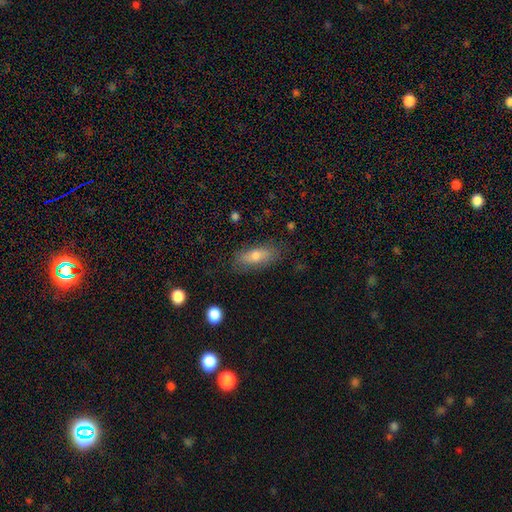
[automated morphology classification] This is likely a smooth galaxy (67%). How rounded: likely in between (75%). Merging: likely none (77%).